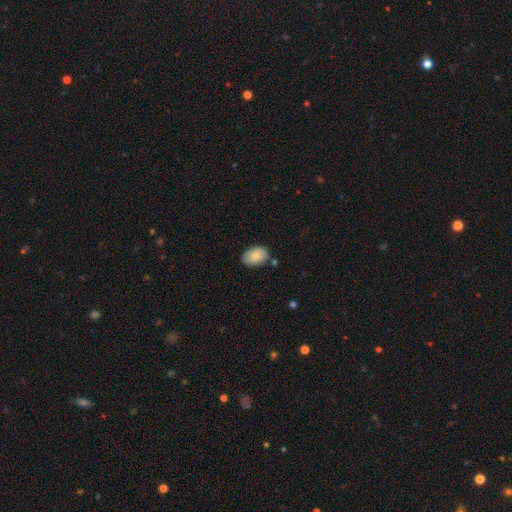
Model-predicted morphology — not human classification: A smooth galaxy with no disk features (84%) that is in between round and cigar-shaped (89%).

Vote fractions:
- Smooth or featured? smooth: 84% / featured or disk: 9% / star or artifact: 7%
- How rounded? in between: 89% / round: 10% / cigar-shaped: 1%
- Merging? none: 80% / minor disturbance: 13% / merger: 4% / major disturbance: 3%